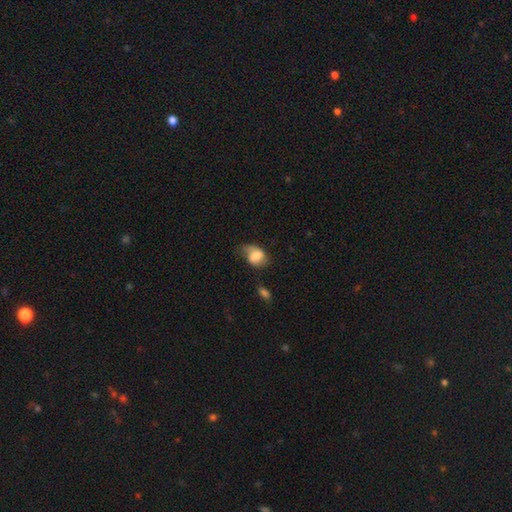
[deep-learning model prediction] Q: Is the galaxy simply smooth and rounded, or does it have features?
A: smooth — 63%.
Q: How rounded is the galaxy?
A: in between — 68%.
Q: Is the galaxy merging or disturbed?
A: none — 40%.